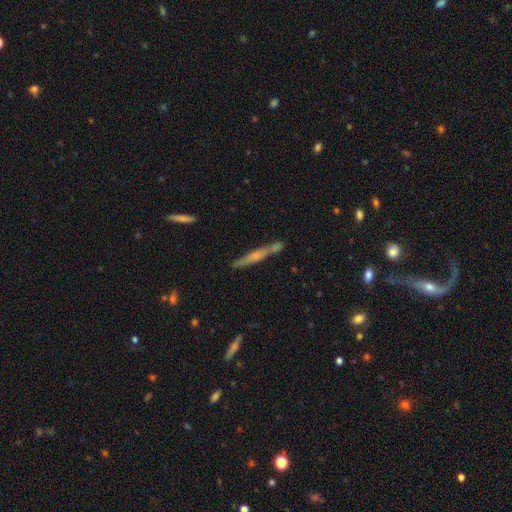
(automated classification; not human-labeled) This is possibly a featured or disk galaxy (53%). It is clearly viewed edge-on (91%). Merging: likely none (70%).